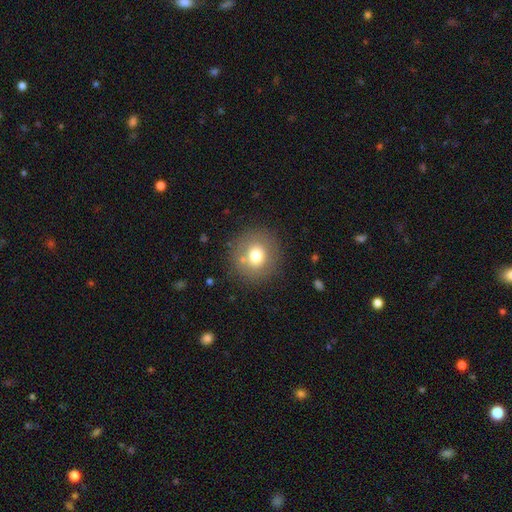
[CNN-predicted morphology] A smooth galaxy with no disk features (72%) that is round (92%).

Vote fractions:
- Smooth or featured? smooth: 72% / featured or disk: 16% / star or artifact: 12%
- How rounded? round: 92% / in between: 7% / cigar-shaped: 1%
- Merging? none: 83% / minor disturbance: 9% / major disturbance: 4% / merger: 4%